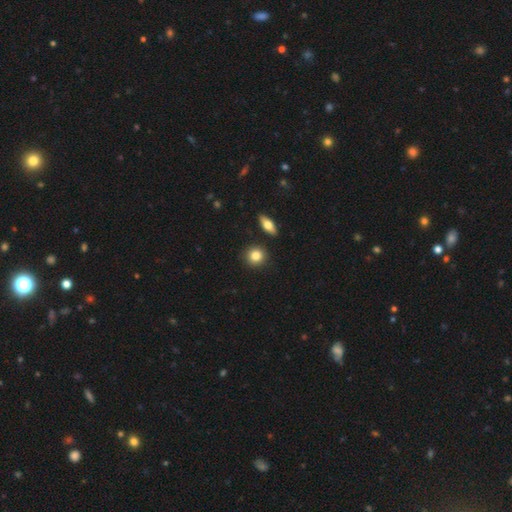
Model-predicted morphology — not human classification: Overall: smooth (83%). How rounded: round (86%). Merging: none (88%).